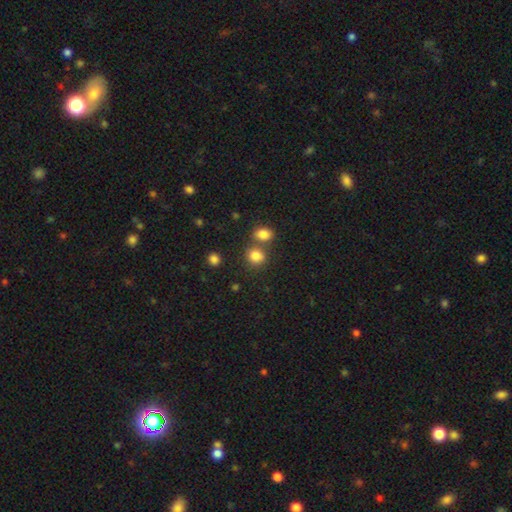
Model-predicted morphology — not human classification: type=smooth (82%); roundness=round (66%); merging=none (57%).